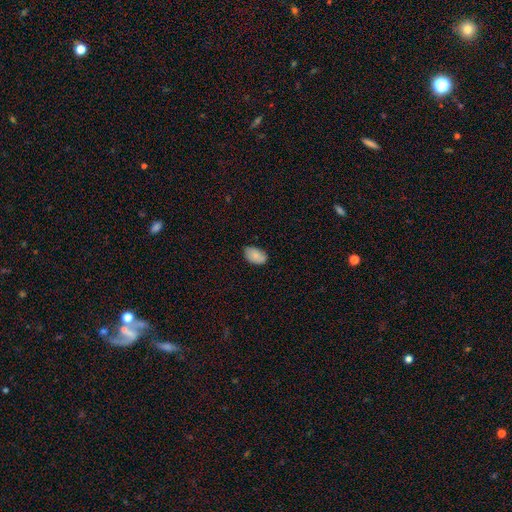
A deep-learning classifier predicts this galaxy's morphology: The model was most divided on "merging": none: 79%, minor disturbance: 17%, major disturbance: 3%, merger: 1%. More confident: how rounded — in between (92%); smooth or featured — smooth (85%).